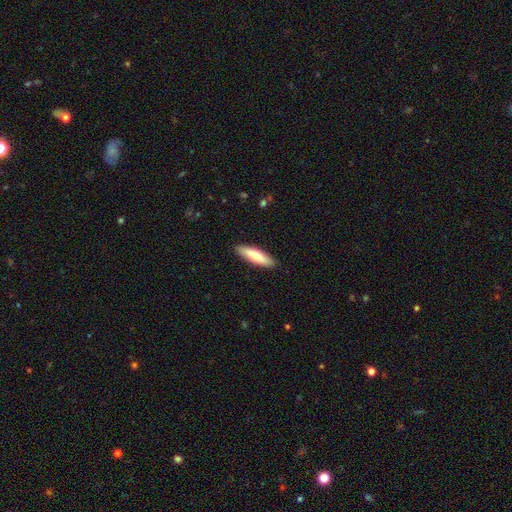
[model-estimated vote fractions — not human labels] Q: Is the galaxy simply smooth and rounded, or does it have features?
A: smooth — 72%.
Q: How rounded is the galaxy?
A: cigar-shaped — 63%.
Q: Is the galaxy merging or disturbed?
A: none — 89%.